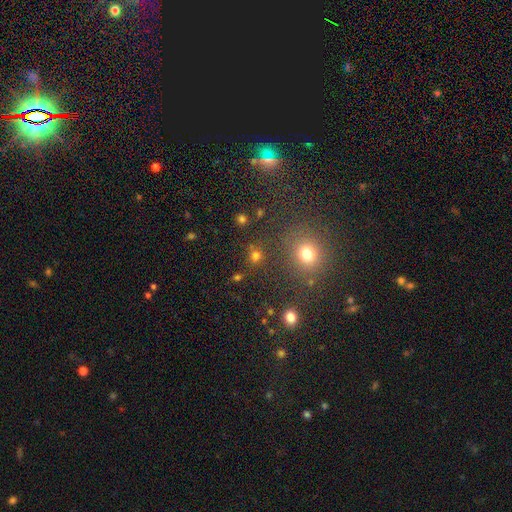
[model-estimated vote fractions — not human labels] Morphology: type=smooth (69%); roundness=round (85%); merging=none (80%).